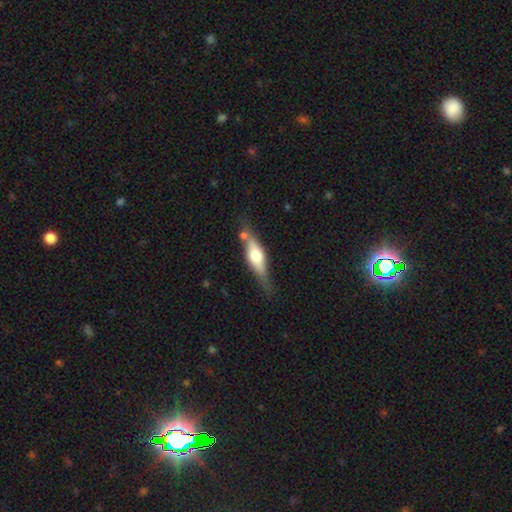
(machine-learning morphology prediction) featured or disk 55%, smooth 39%, star or artifact 6%. Down the decision tree: edge-on disk — yes (87%); merging — none (65%).